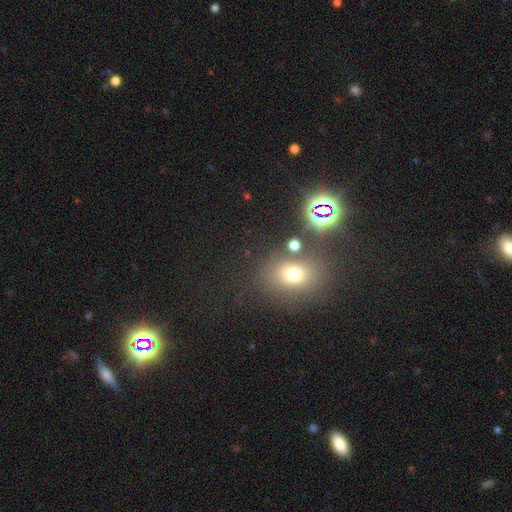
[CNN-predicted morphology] Smooth or featured? Predicted: smooth (p=0.52). How rounded? Predicted: round (p=0.53). Merging? Predicted: none (p=0.75).